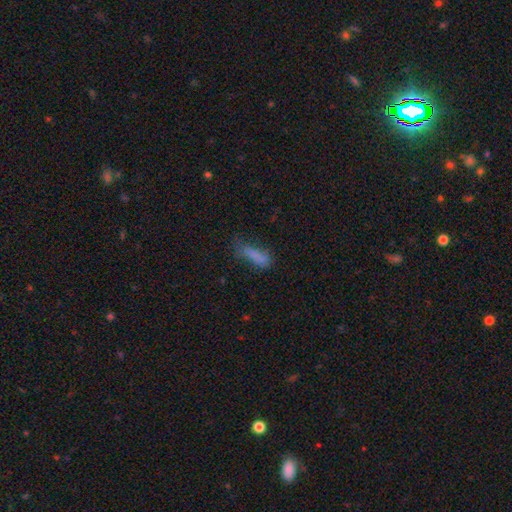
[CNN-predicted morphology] smooth_or_featured: smooth (p=0.75) [alt: star or artifact p=0.13]
how_rounded: cigar-shaped (p=0.49) [alt: in between p=0.48]
merging: none (p=0.40) [alt: minor disturbance p=0.31]